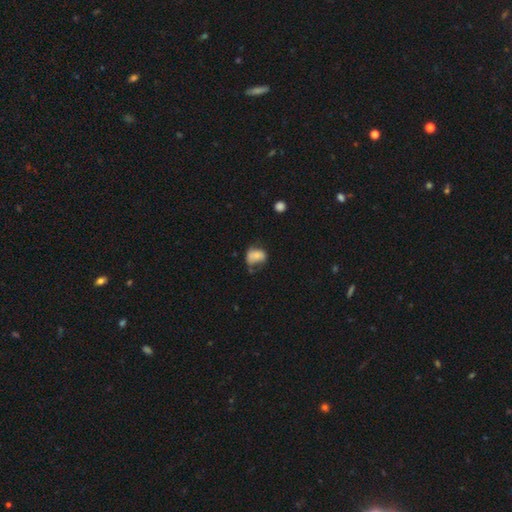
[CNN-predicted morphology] smooth 71%, featured or disk 19%, star or artifact 10%. Down the decision tree: how rounded — in between (65%); merging — none (37%).